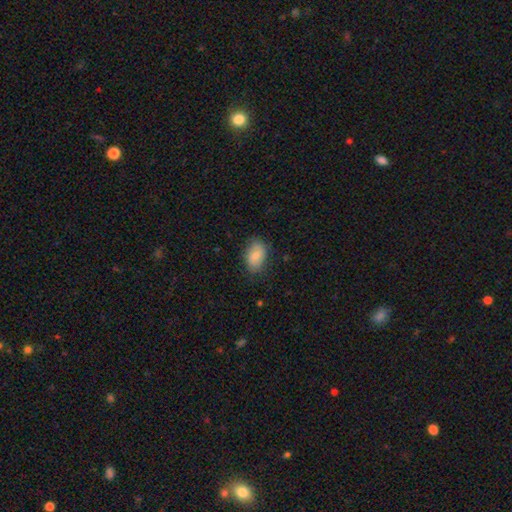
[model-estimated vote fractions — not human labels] Morphology: type=smooth (82%); roundness=in between (89%); merging=none (77%).